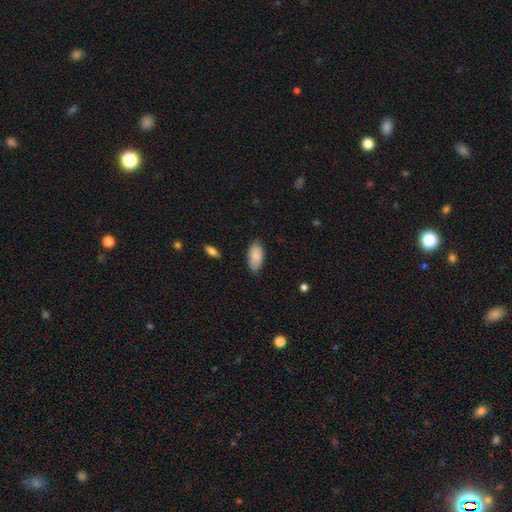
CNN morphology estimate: Overall: smooth (88%). How rounded: in between (92%). Merging: none (81%).